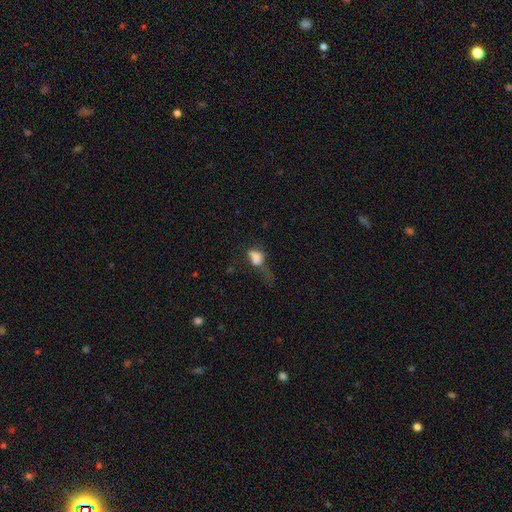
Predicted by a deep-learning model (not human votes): Q: Smooth or featured?
A: smooth (69%); runner-up: featured or disk (17%)
Q: How rounded?
A: in between (72%); runner-up: round (23%)
Q: Merging?
A: major disturbance (49%); runner-up: minor disturbance (19%)